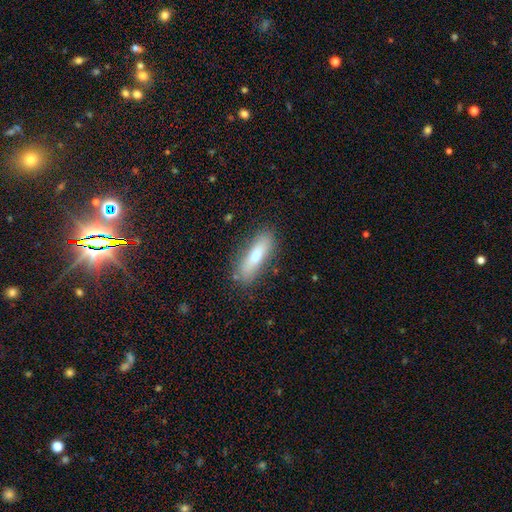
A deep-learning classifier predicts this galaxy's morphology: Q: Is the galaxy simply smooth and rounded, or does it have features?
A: smooth — 66%.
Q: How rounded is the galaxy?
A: cigar-shaped — 53%.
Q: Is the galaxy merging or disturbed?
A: none — 82%.